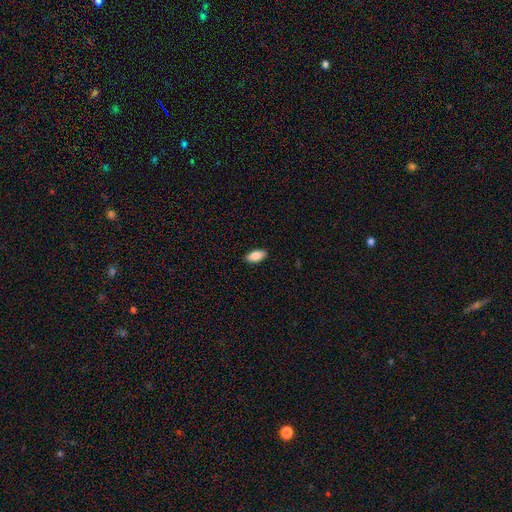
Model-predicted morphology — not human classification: The model was most divided on "smooth or featured": smooth: 87%, star or artifact: 7%, featured or disk: 6%. More confident: how rounded — in between (91%); merging — none (90%).